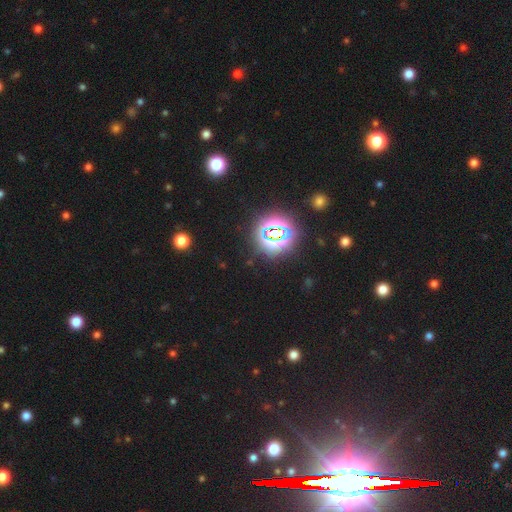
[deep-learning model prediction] This is likely a star or artifact rather than a galaxy (76%).